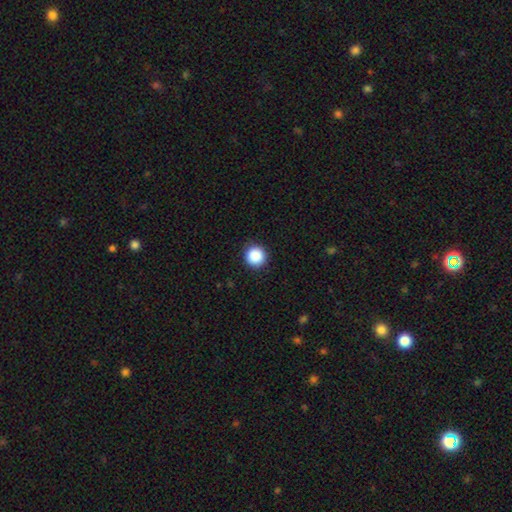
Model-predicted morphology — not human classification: smooth 88%, star or artifact 9%, featured or disk 3%. Down the decision tree: how rounded — round (96%); merging — none (91%).